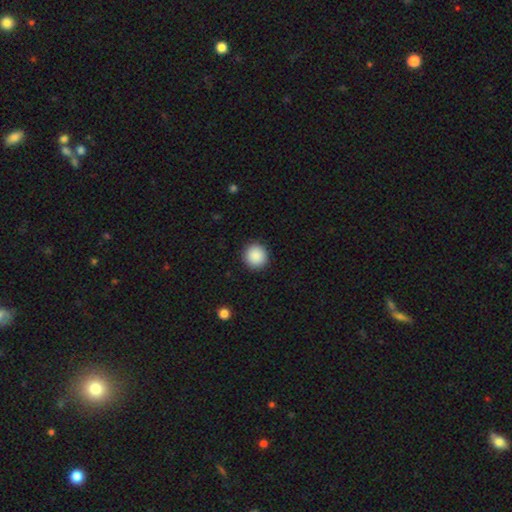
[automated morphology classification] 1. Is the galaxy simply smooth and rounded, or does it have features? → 89% smooth, 8% star or artifact, 3% featured or disk.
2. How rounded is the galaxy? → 94% round, 5% in between, 1% cigar-shaped.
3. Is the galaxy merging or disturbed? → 92% none, 5% minor disturbance, 2% major disturbance, 1% merger.